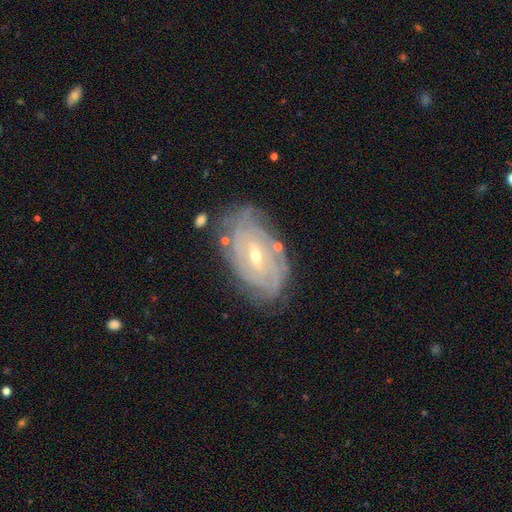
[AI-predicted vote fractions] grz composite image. It shows a featured or disk galaxy (86%) with a weak bar (52%), tight (80%) spiral arms (95%) and a small central bulge (58%). Merging: none (74%).